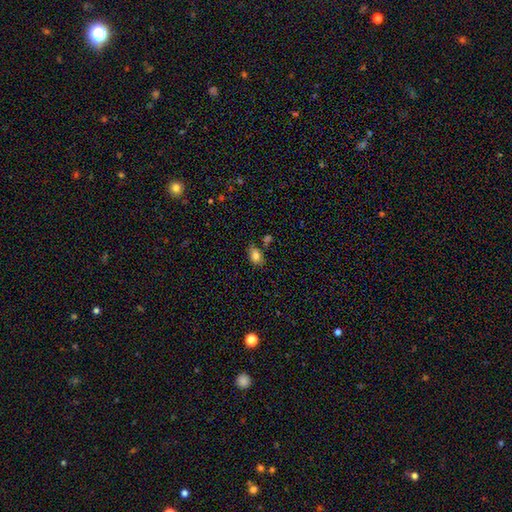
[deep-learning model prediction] smooth_or_featured: smooth (p=0.80) [alt: star or artifact p=0.10]
how_rounded: in between (p=0.83) [alt: round p=0.14]
merging: none (p=0.69) [alt: minor disturbance p=0.19]